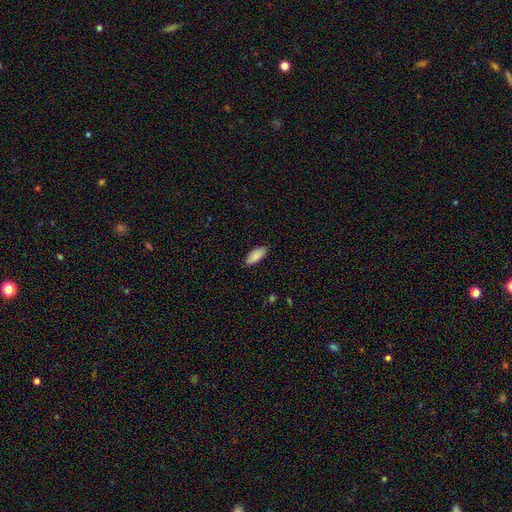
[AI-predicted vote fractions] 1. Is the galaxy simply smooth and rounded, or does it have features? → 88% smooth, 6% featured or disk, 6% star or artifact.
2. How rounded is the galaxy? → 82% in between, 16% cigar-shaped, 2% round.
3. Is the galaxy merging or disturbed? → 87% none, 10% minor disturbance, 2% major disturbance, 1% merger.